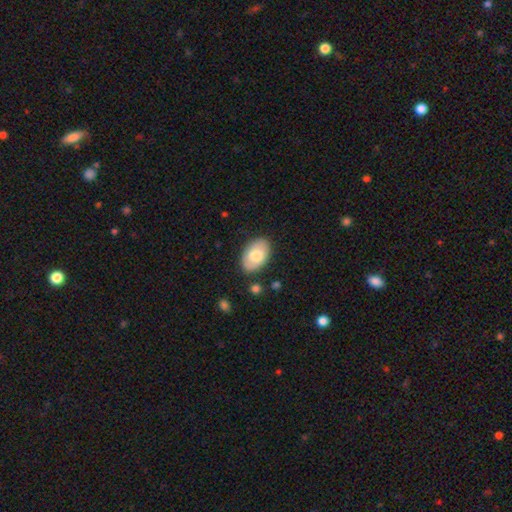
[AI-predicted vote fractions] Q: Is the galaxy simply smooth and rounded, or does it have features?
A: smooth — 73%.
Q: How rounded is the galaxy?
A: in between — 92%.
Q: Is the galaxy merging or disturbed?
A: none — 83%.